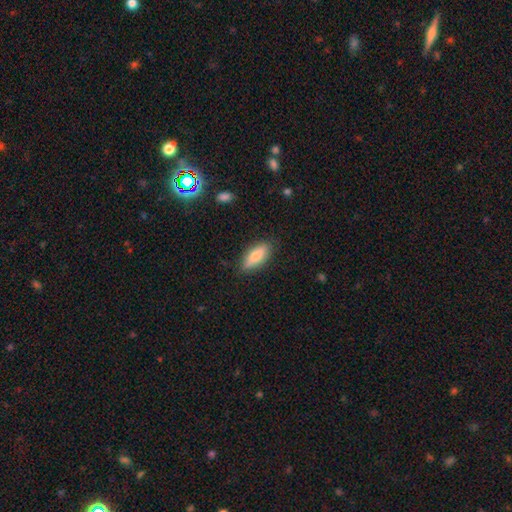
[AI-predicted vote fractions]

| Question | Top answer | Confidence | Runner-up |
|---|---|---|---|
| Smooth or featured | smooth | 74% | featured or disk (20%) |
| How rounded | in between | 68% | cigar-shaped (30%) |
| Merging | none | 84% | minor disturbance (13%) |